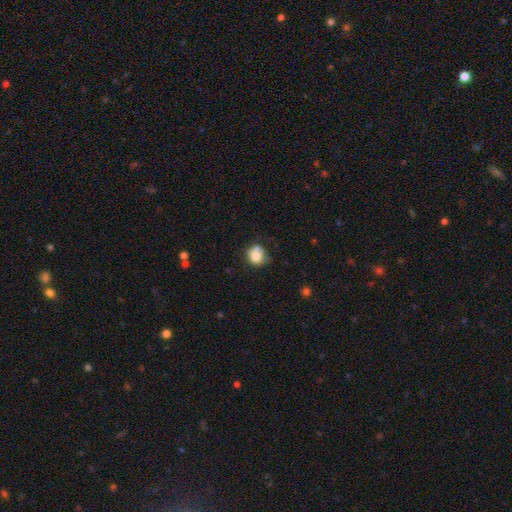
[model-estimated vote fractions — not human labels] A smooth galaxy with no disk features (79%) that is round (79%). Merging: none (53%).